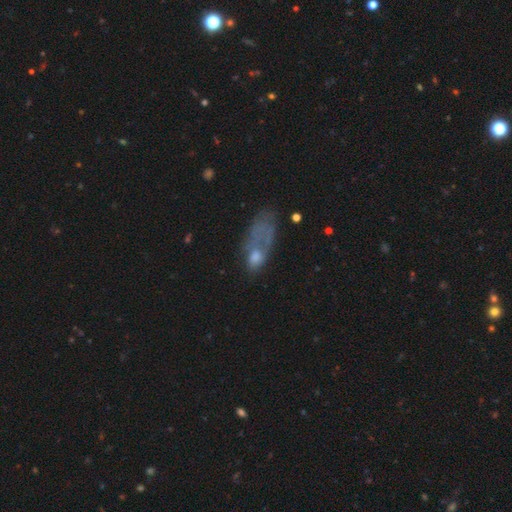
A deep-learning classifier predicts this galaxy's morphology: This is marginally a smooth galaxy (39%). Merging: marginally none (43%).